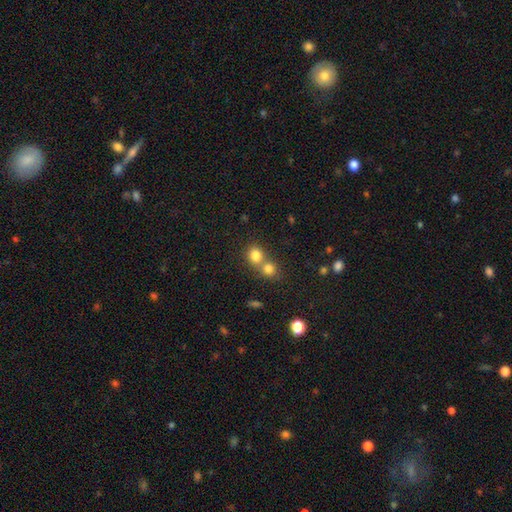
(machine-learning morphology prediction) This appears to be a smooth galaxy with no disk features (80%) that is round (74%). Merging: merger (53%).